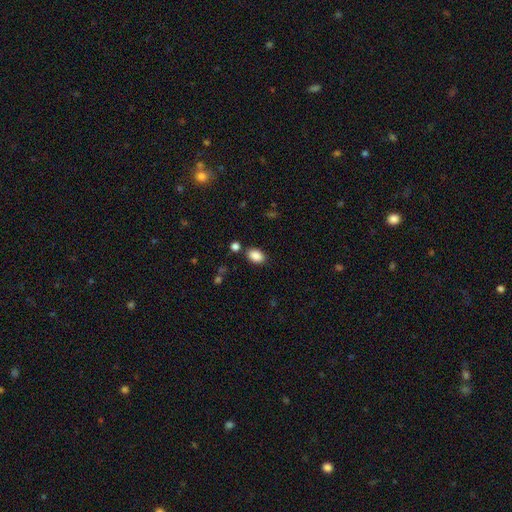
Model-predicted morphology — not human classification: smooth 88%, star or artifact 8%, featured or disk 4%. Down the decision tree: how rounded — in between (86%); merging — none (82%).